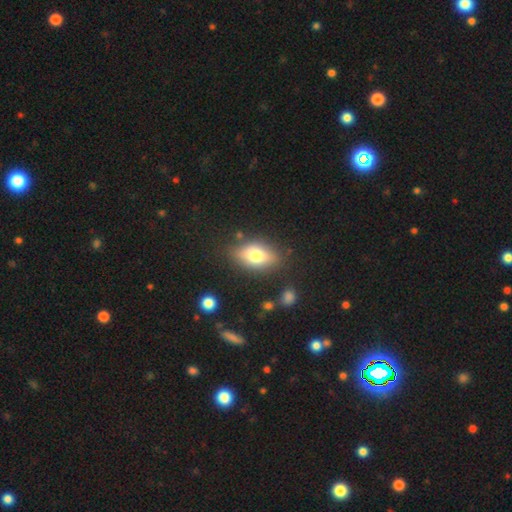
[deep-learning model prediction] This is likely a smooth galaxy (69%). How rounded: clearly in between (83%). Merging: likely none (79%).